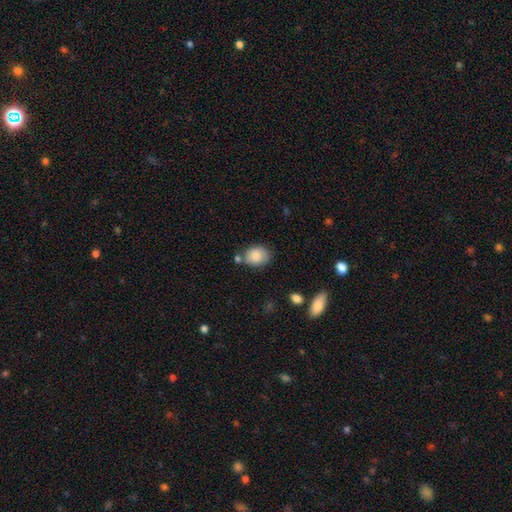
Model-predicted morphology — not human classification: This appears to be a smooth galaxy with no disk features (84%) that is in between round and cigar-shaped (63%). Merging: none (66%).